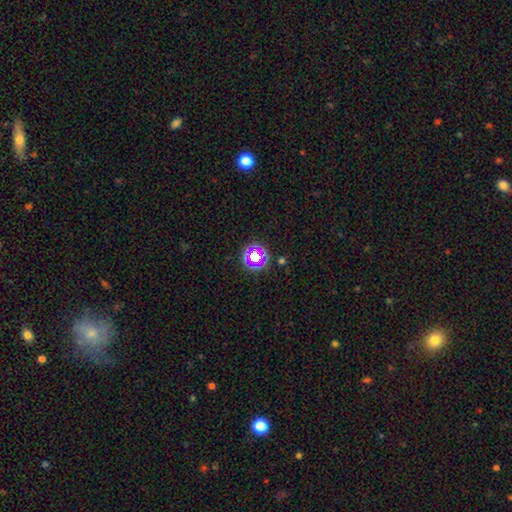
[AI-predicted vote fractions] Smooth or featured? Predicted: star or artifact (p=0.55).